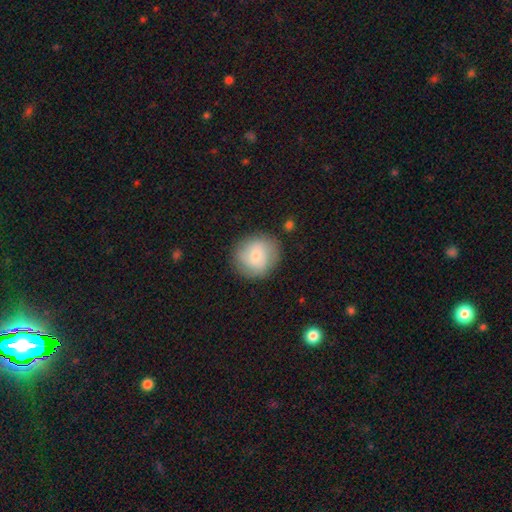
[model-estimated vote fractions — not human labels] A smooth galaxy with no disk features (72%) that is round (89%).

Vote fractions:
- Smooth or featured? smooth: 72% / featured or disk: 21% / star or artifact: 7%
- How rounded? round: 89% / in between: 10% / cigar-shaped: 1%
- Merging? none: 80% / minor disturbance: 13% / major disturbance: 4% / merger: 2%